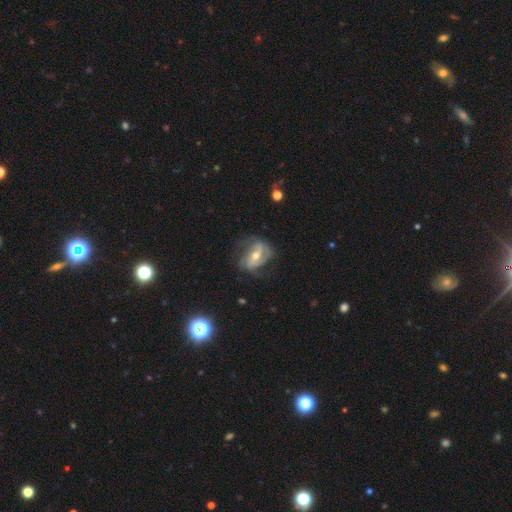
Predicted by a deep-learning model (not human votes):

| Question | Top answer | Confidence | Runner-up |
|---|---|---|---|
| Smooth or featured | featured or disk | 81% | smooth (13%) |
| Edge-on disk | no | 96% | yes (4%) |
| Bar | strong | 38% | tied: weak (38%) |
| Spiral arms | yes | 91% | no (9%) |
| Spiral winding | medium | 43% | tight (28%) |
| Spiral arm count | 2 | 44% | 3 (26%) |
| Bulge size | moderate | 65% | small (30%) |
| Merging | none | 55% | minor disturbance (24%) |